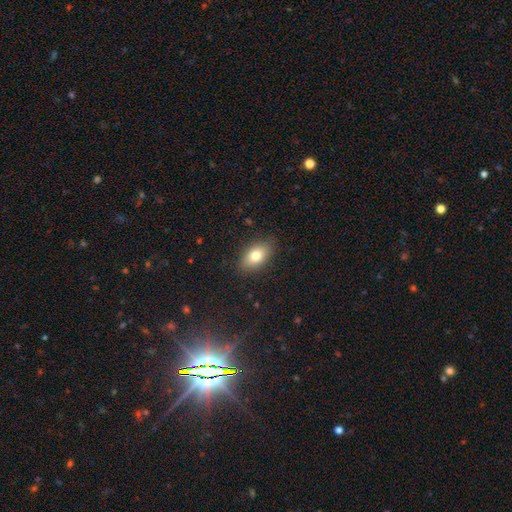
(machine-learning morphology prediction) smooth 78%, featured or disk 14%, star or artifact 8%. Down the decision tree: how rounded — in between (90%); merging — none (86%).